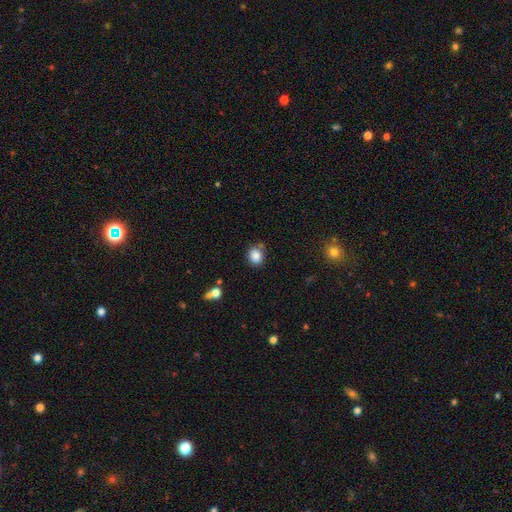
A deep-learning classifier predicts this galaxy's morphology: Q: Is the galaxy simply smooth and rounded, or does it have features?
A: smooth — 85%.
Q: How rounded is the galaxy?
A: round — 63%.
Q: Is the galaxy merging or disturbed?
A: none — 70%.